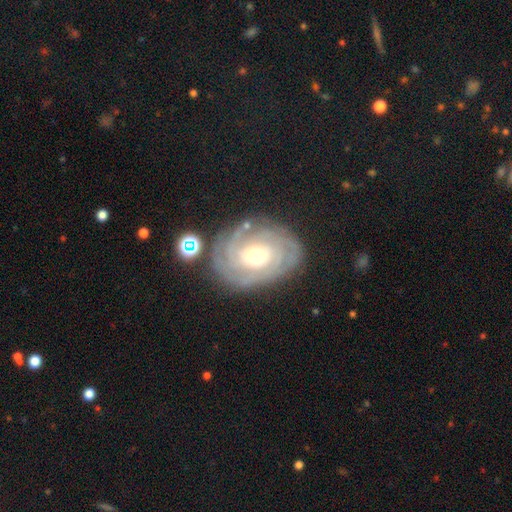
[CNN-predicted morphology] This is clearly a featured or disk galaxy (85%). It is clearly not viewed edge-on (96%). Bar: likely no (71%). Spiral arm pattern: clearly yes (95%). Spiral arm count: marginally can't tell (32%). Spiral winding: clearly tight (80%). Central bulge: possibly moderate (55%). Merging: likely none (77%).